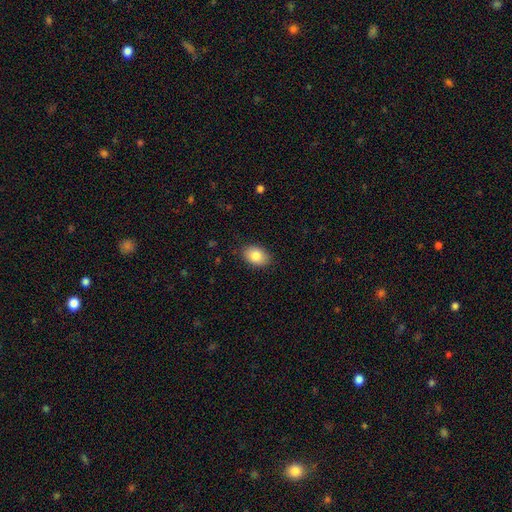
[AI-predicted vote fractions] This appears to be a smooth galaxy with no disk features (84%) that is in between round and cigar-shaped (84%). Merging: none (87%).